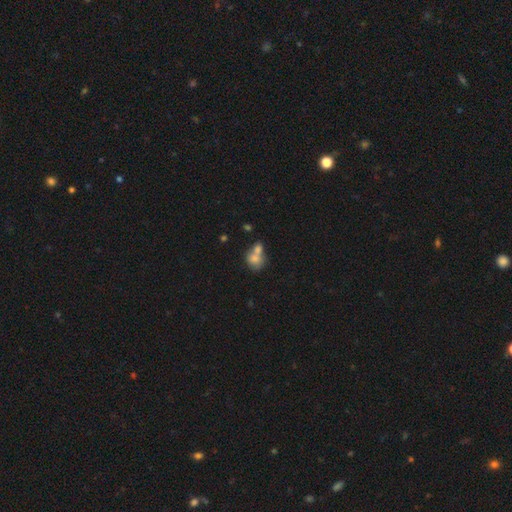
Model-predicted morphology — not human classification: A smooth galaxy with no disk features (73%) that is in between round and cigar-shaped (54%).

Vote fractions:
- Smooth or featured? smooth: 73% / featured or disk: 17% / star or artifact: 10%
- How rounded? in between: 54% / round: 44% / cigar-shaped: 2%
- Merging? merger: 63% / none: 23% / minor disturbance: 9% / major disturbance: 5%